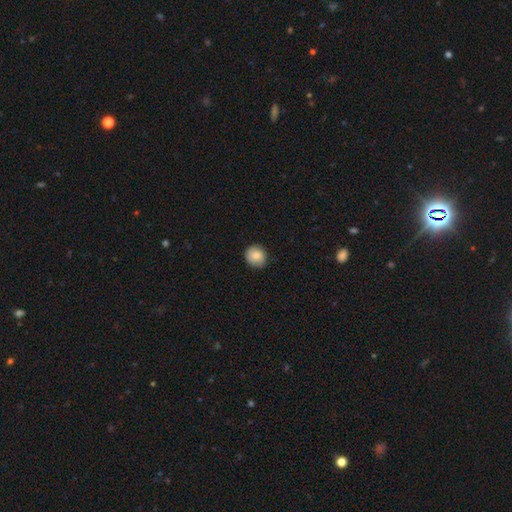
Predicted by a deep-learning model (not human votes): Q: Smooth or featured?
A: smooth (83%); runner-up: featured or disk (9%)
Q: How rounded?
A: round (87%); runner-up: in between (12%)
Q: Merging?
A: none (87%); runner-up: minor disturbance (10%)